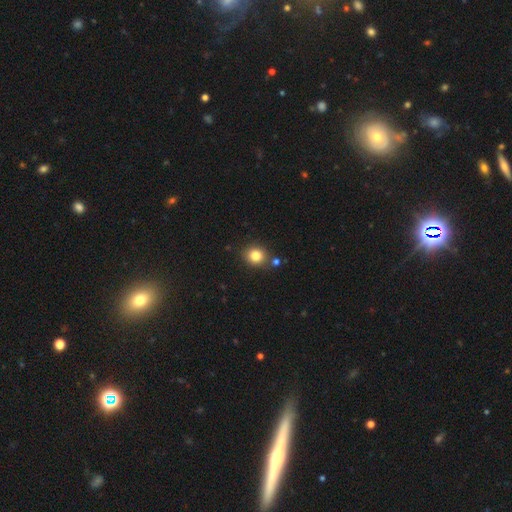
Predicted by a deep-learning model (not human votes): This appears to be a smooth galaxy with no disk features (82%) that is round (80%). Merging: none (81%).